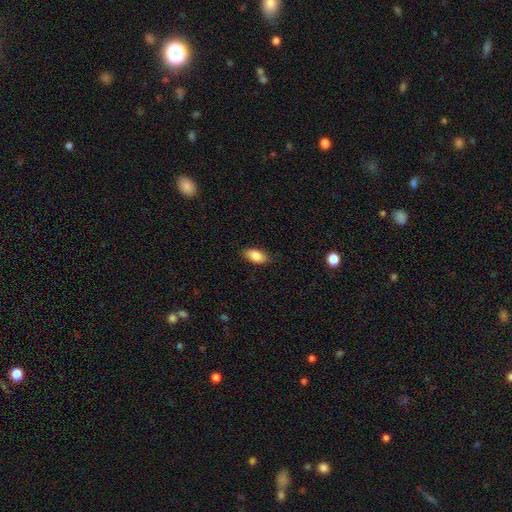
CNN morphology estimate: The model was most divided on "merging": none: 87%, minor disturbance: 10%, major disturbance: 2%, merger: 1%. More confident: how rounded — in between (92%); smooth or featured — smooth (86%).